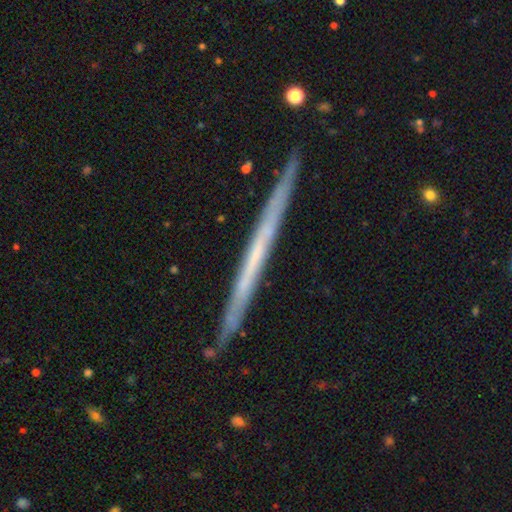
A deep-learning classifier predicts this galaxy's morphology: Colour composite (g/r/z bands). It shows a featured or disk galaxy (63%) viewed edge-on (97%) with no central bulge (92%). Merging: none (90%).